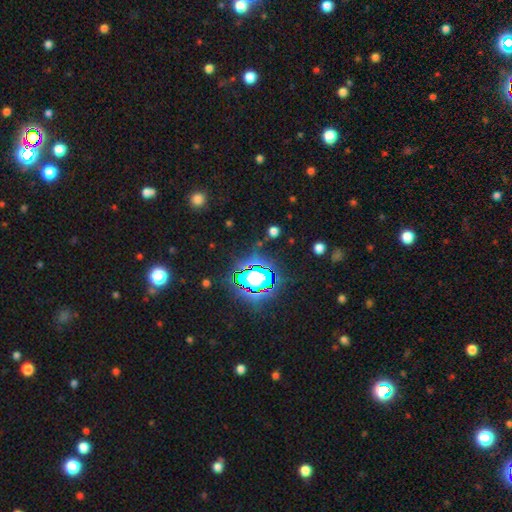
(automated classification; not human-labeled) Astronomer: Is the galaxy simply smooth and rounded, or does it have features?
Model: star or artifact — 81%.